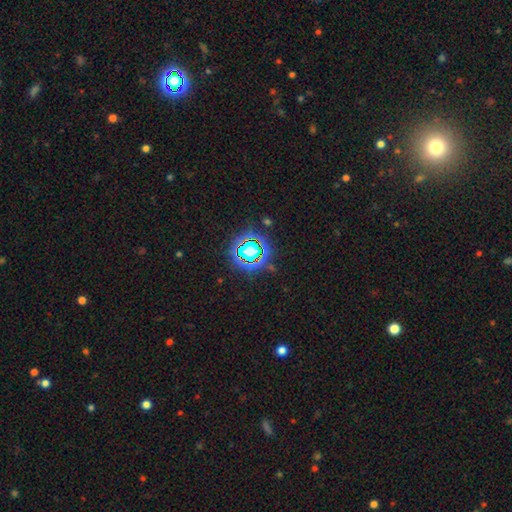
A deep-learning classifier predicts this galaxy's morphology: Overall: star or artifact (77%).